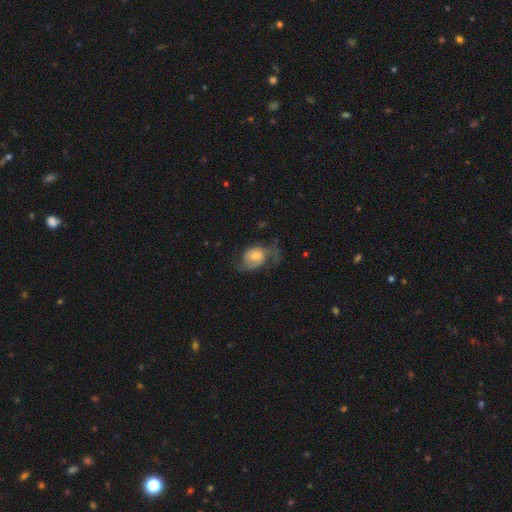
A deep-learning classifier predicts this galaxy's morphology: Smooth or featured? featured or disk (57%)
Edge-on disk? no (97%)
Bar? no (68%)
Spiral arms? yes (82%)
Bulge size? moderate (47%)
Merging? none (38%)